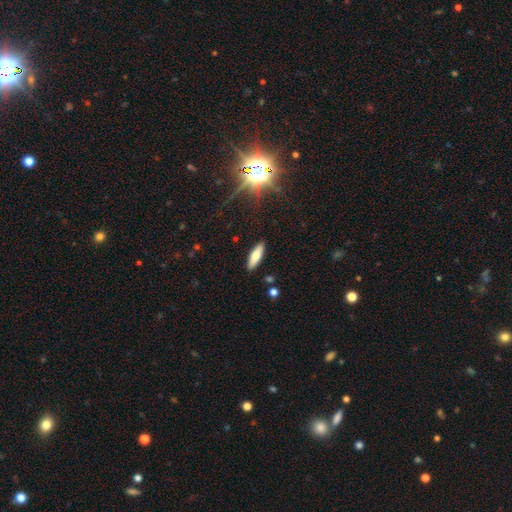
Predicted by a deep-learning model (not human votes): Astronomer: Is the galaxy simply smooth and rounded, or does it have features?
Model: smooth — 62%.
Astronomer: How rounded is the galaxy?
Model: cigar-shaped — 57% (runner-up: in between, 41%).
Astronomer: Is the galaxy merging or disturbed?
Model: none — 89%.